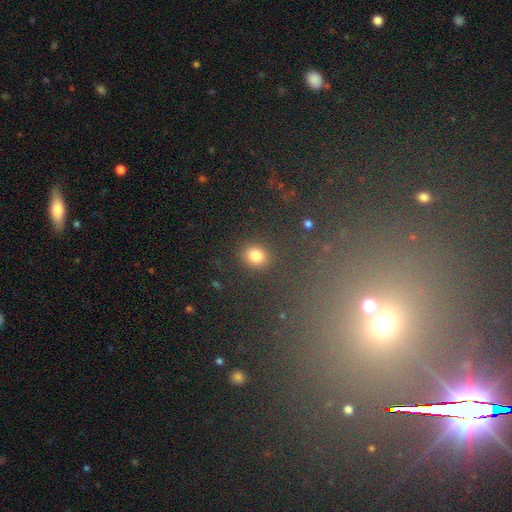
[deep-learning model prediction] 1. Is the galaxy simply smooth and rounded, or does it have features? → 81% smooth, 13% star or artifact, 6% featured or disk.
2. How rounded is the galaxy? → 73% round, 25% in between, 1% cigar-shaped.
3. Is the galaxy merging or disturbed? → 84% none, 8% minor disturbance, 4% major disturbance, 3% merger.